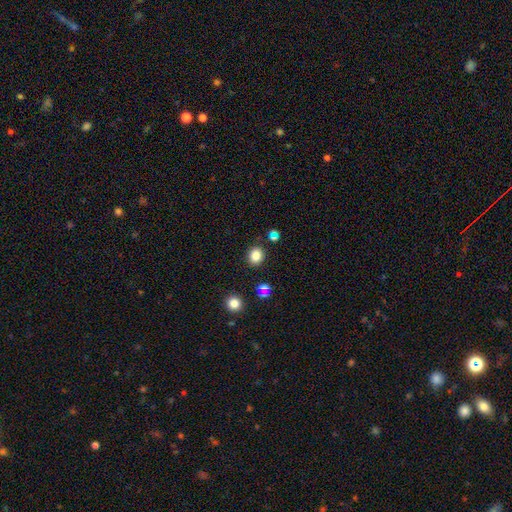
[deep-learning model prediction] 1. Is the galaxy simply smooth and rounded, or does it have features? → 82% smooth, 12% star or artifact, 6% featured or disk.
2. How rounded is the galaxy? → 72% round, 28% in between, 1% cigar-shaped.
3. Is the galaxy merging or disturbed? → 86% none, 7% minor disturbance, 4% merger, 2% major disturbance.